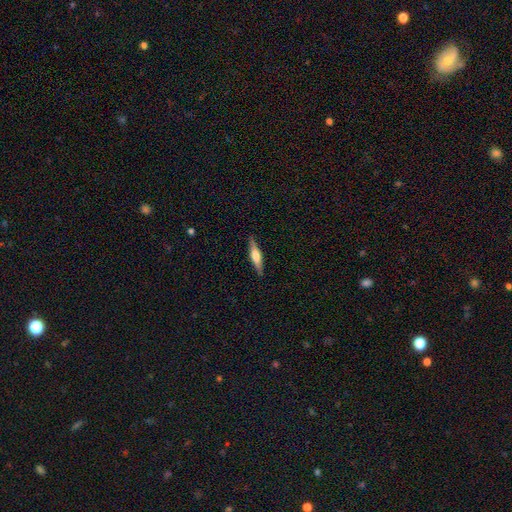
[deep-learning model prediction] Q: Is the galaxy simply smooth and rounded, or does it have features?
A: featured or disk — 54%.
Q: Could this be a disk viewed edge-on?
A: yes — 96%.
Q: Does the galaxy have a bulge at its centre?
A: rounded — 84%.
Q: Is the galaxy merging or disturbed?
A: none — 89%.